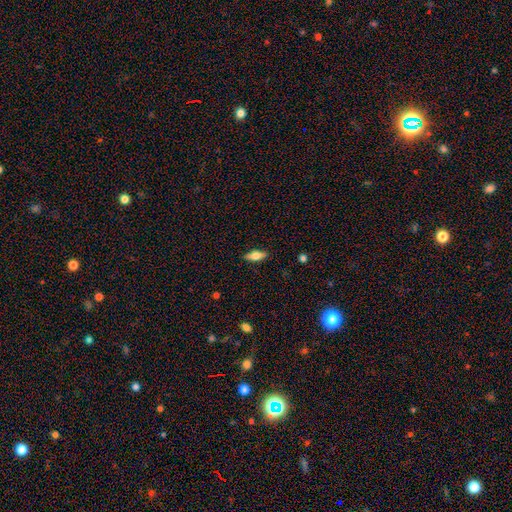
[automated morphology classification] Q: Smooth or featured?
A: smooth (65%); runner-up: featured or disk (28%)
Q: How rounded?
A: in between (68%); runner-up: cigar-shaped (29%)
Q: Merging?
A: none (87%); runner-up: minor disturbance (9%)